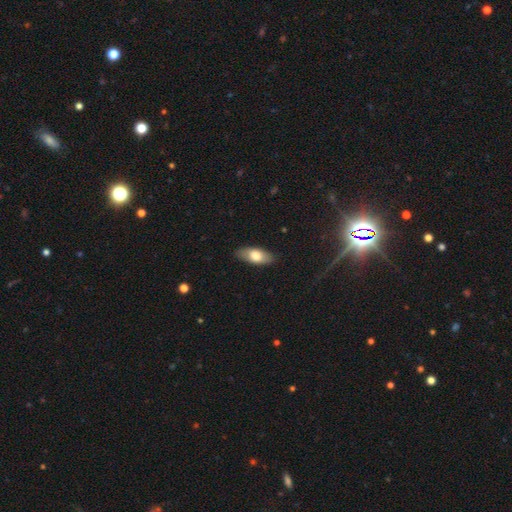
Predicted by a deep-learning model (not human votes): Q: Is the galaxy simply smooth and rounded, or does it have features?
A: smooth — 73%.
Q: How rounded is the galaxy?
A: in between — 85%.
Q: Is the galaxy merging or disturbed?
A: none — 86%.